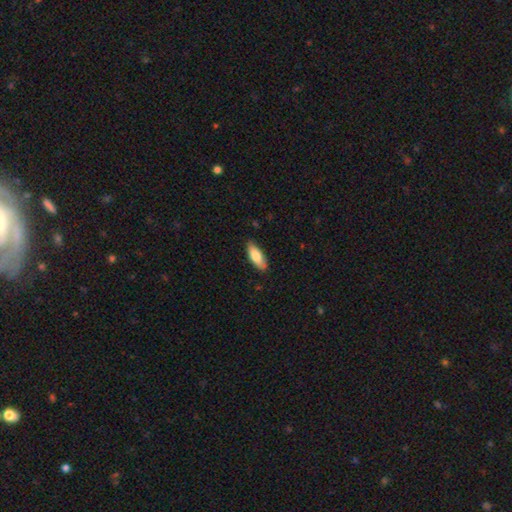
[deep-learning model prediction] smooth-or-featured: smooth: 80% | featured or disk: 14% | star or artifact: 6%
  how-rounded: in between: 72% | cigar-shaped: 26% | round: 2%
  merging: none: 83% | minor disturbance: 14% | major disturbance: 2% | merger: 1%